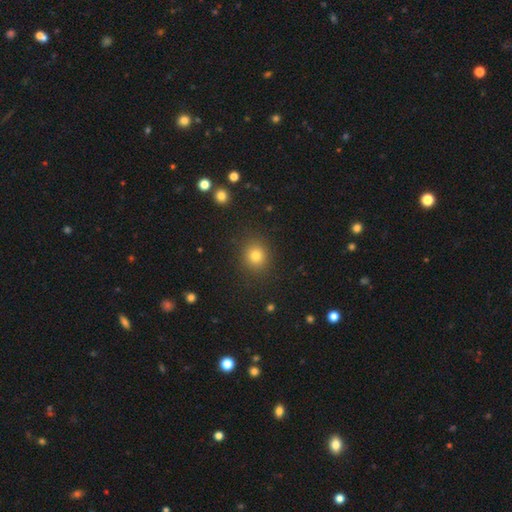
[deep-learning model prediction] smooth-or-featured: smooth: 80% | star or artifact: 14% | featured or disk: 6%
  how-rounded: round: 85% | in between: 14% | cigar-shaped: 1%
  merging: none: 89% | minor disturbance: 7% | major disturbance: 3% | merger: 1%